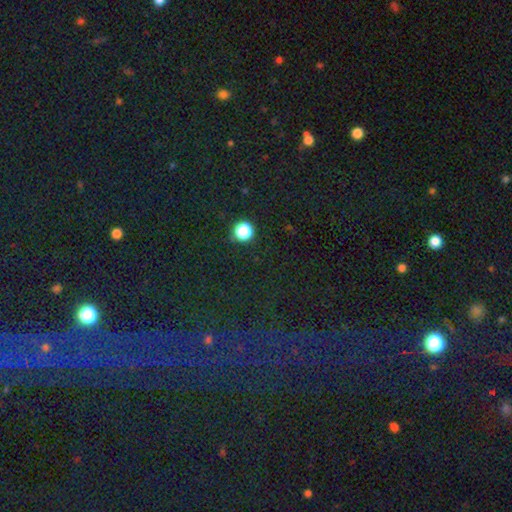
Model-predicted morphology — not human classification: smooth-or-featured: star or artifact: 68% | smooth: 23% | featured or disk: 8%